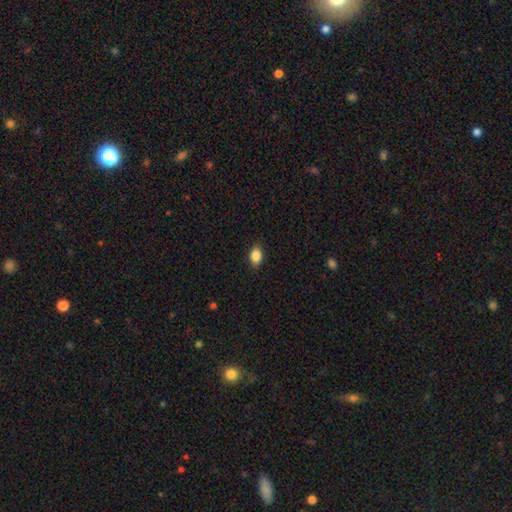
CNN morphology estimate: A smooth galaxy with no disk features (87%) that is in between round and cigar-shaped (82%).

Vote fractions:
- Smooth or featured? smooth: 87% / star or artifact: 8% / featured or disk: 4%
- How rounded? in between: 82% / round: 16% / cigar-shaped: 2%
- Merging? none: 87% / minor disturbance: 10% / major disturbance: 2% / merger: 1%